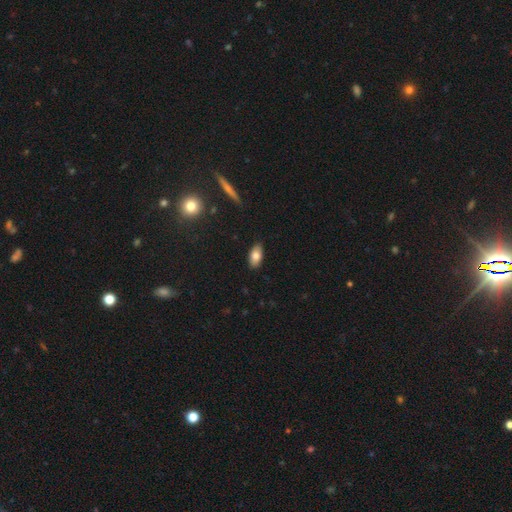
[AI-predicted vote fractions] Morphology: type=smooth (78%); roundness=in between (92%); merging=none (87%).